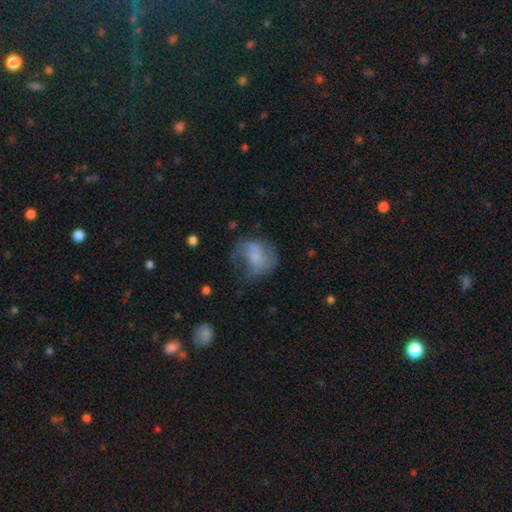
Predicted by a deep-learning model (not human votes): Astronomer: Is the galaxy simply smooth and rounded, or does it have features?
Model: smooth — 56% (runner-up: featured or disk, 34%).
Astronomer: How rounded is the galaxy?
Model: in between — 52% (runner-up: round, 46%).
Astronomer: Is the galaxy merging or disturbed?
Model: major disturbance — 38% (runner-up: none, 33%).